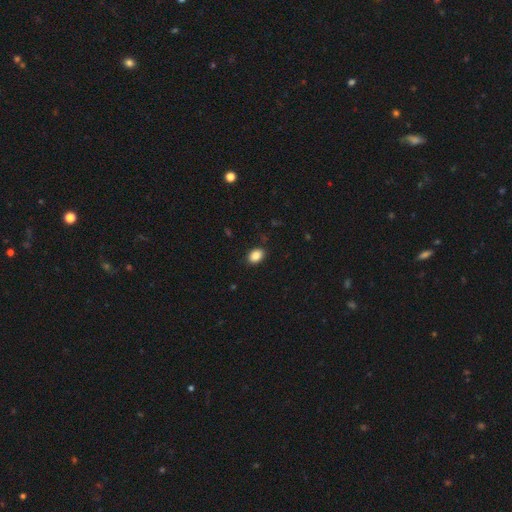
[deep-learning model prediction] smooth 88%, star or artifact 8%, featured or disk 4%. Down the decision tree: how rounded — in between (80%); merging — none (88%).